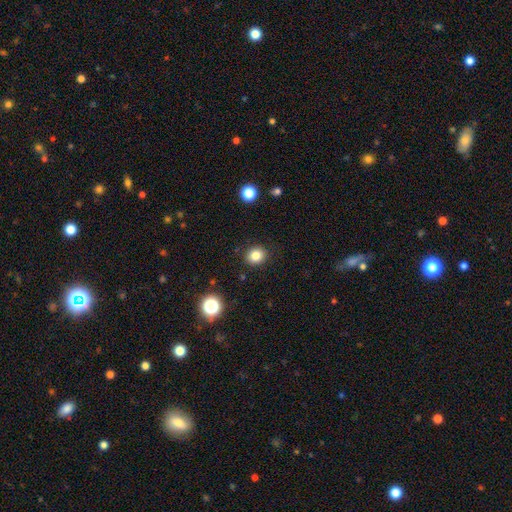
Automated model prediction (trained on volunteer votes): This appears to be a smooth galaxy with no disk features (82%) that is round (78%). Merging: none (90%).